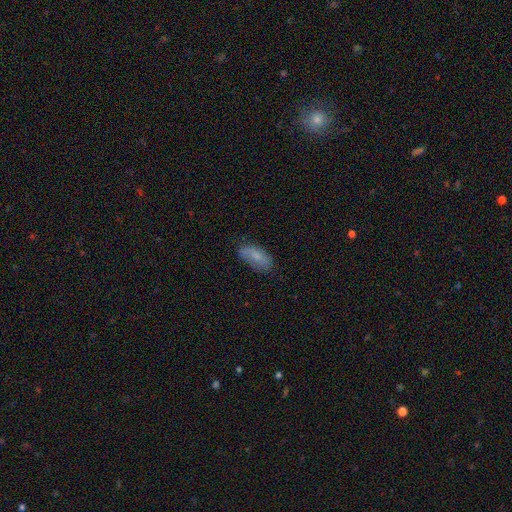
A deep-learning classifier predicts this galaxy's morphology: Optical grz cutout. It shows a smooth galaxy with no disk features (71%) that is in between round and cigar-shaped (83%). Merging: none (68%).